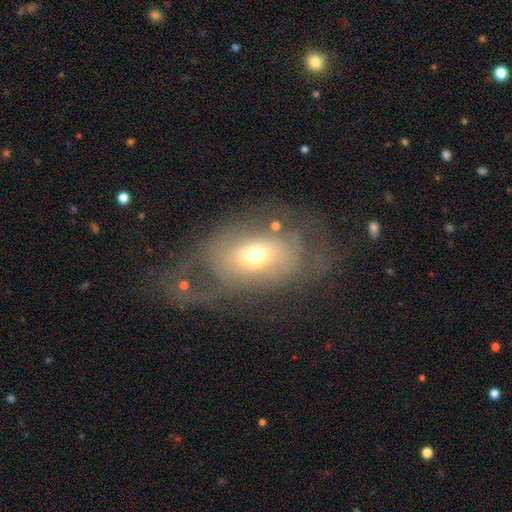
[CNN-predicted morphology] featured or disk 50%, smooth 40%, star or artifact 9%. Down the decision tree: edge-on disk — no (93%); merging — major disturbance (42%).